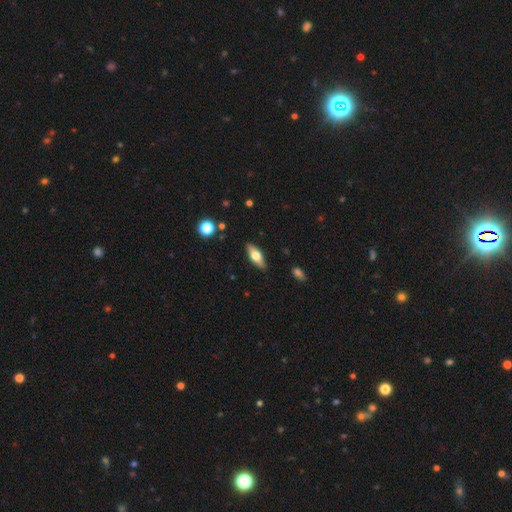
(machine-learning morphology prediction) Q: Smooth or featured?
A: smooth (57%); runner-up: featured or disk (36%)
Q: How rounded?
A: in between (71%); runner-up: cigar-shaped (26%)
Q: Merging?
A: none (87%); runner-up: minor disturbance (10%)